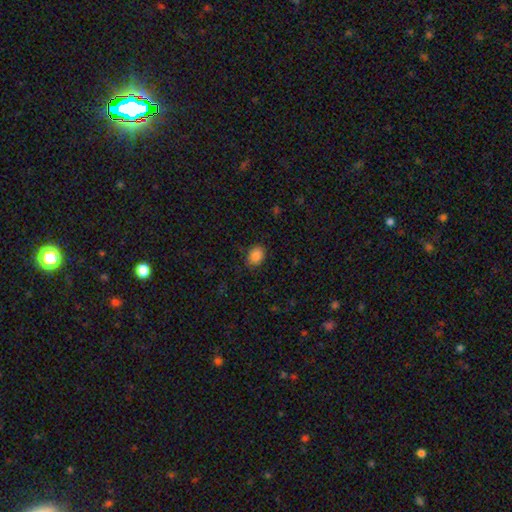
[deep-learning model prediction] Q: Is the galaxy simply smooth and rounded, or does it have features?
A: smooth — 87%.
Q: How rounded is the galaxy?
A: in between — 60%.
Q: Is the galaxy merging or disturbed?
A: none — 84%.